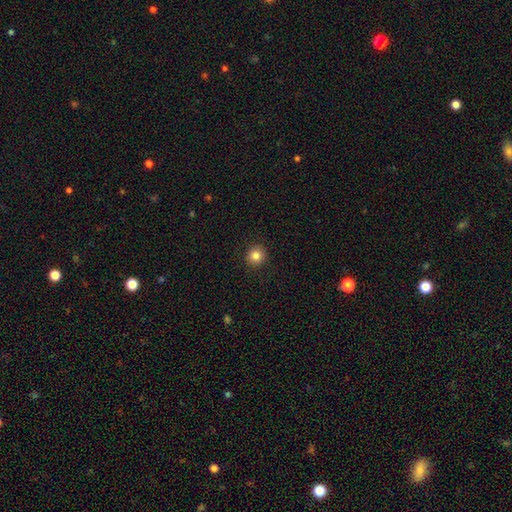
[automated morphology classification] type=smooth (84%); roundness=round (93%); merging=none (92%).